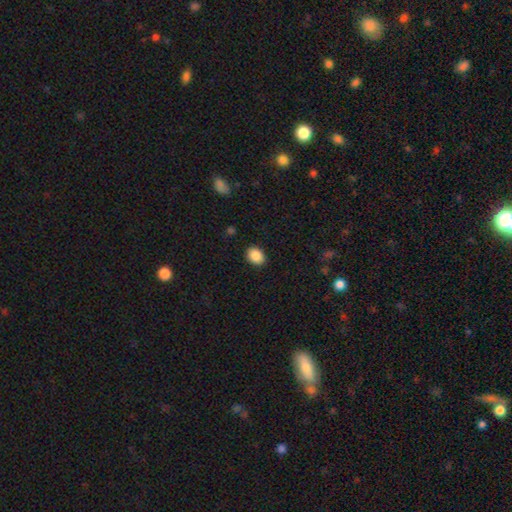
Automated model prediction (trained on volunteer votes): The model was most divided on "how rounded": in between: 66%, round: 33%, cigar-shaped: 1%. More confident: merging — none (89%); smooth or featured — smooth (89%).